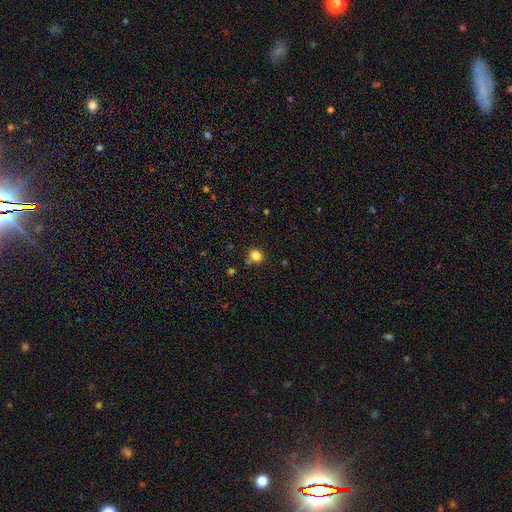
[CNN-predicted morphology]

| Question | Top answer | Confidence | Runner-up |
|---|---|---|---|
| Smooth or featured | smooth | 82% | star or artifact (13%) |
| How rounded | round | 85% | in between (14%) |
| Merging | none | 81% | minor disturbance (10%) |